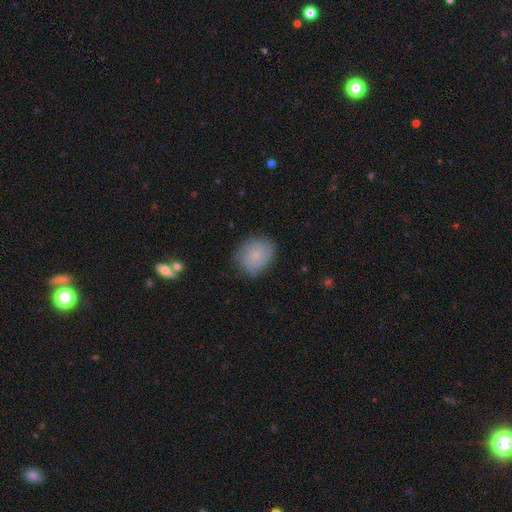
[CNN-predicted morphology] smooth 61%, featured or disk 30%, star or artifact 9%. Down the decision tree: how rounded — round (65%); merging — none (74%).